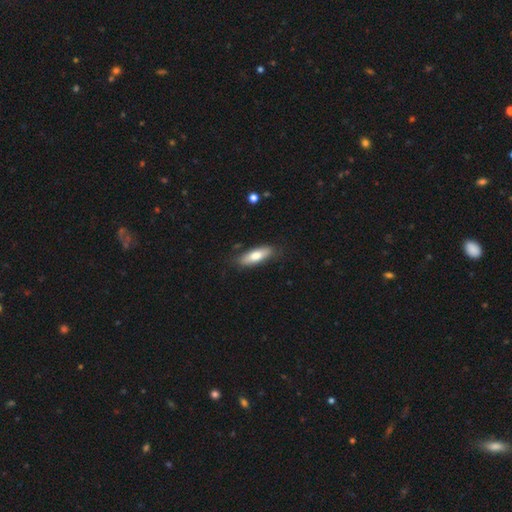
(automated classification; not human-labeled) A smooth galaxy with no disk features (74%) that is in between round and cigar-shaped (53%).

Vote fractions:
- Smooth or featured? smooth: 74% / featured or disk: 20% / star or artifact: 6%
- How rounded? in between: 53% / cigar-shaped: 45% / round: 2%
- Merging? none: 80% / minor disturbance: 15% / major disturbance: 3% / merger: 2%